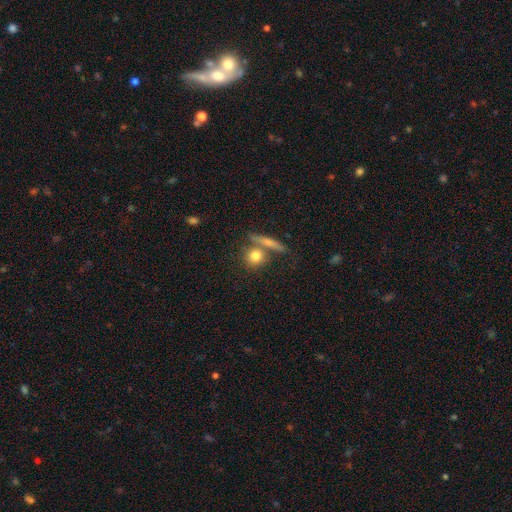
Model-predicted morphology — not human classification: Smooth or featured? Predicted: smooth (p=0.77). How rounded? Predicted: round (p=0.79). Merging? Predicted: none (p=0.61).